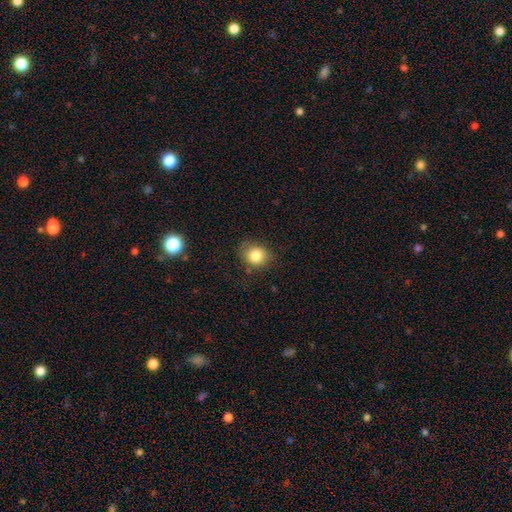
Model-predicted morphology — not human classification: The model was most divided on "how rounded": round: 66%, in between: 33%, cigar-shaped: 1%. More confident: smooth or featured — smooth (83%); merging — none (75%).